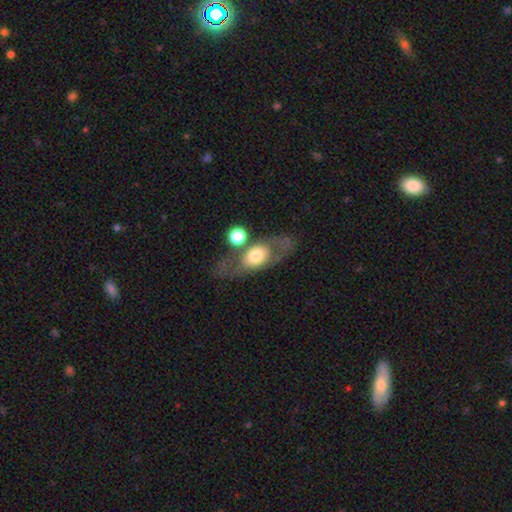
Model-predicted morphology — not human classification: This is possibly a smooth galaxy (49%). Merging: possibly none (56%).